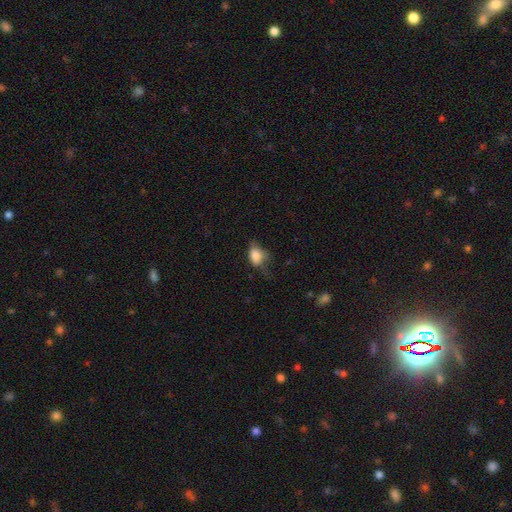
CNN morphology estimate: A smooth galaxy with no disk features (82%) that is in between round and cigar-shaped (79%). Merging: none (37%, tied with minor disturbance).